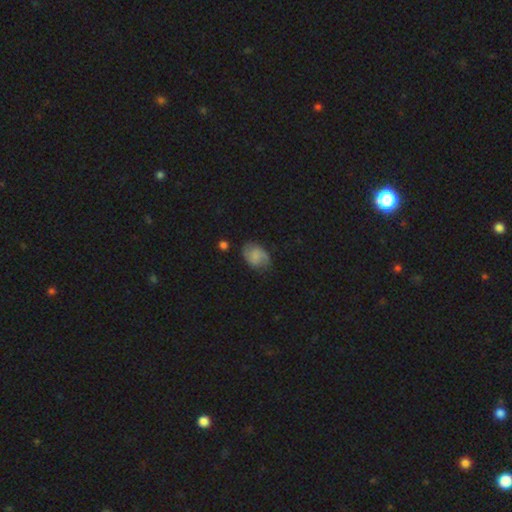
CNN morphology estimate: featured or disk 54%, smooth 38%, star or artifact 9%. Down the decision tree: edge-on disk — no (97%); bar — no (52%); spiral arms — yes (90%); bulge size — none (51%); merging — none (70%).